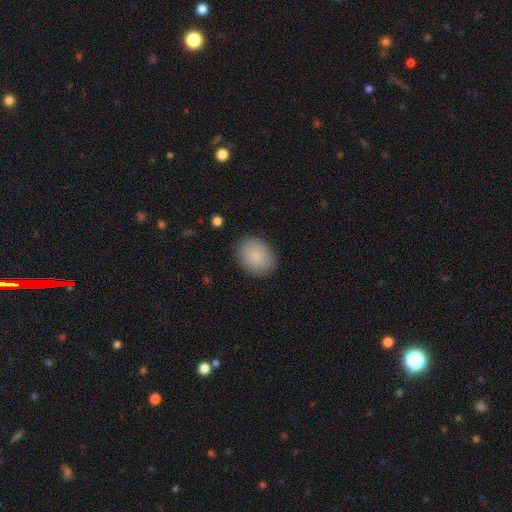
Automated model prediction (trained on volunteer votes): smooth-or-featured: smooth: 87% | star or artifact: 7% | featured or disk: 6%
  how-rounded: round: 50% (tied) | in between: 50% (tied) | cigar-shaped: 1%
  merging: none: 87% | minor disturbance: 9% | major disturbance: 2% | merger: 1%